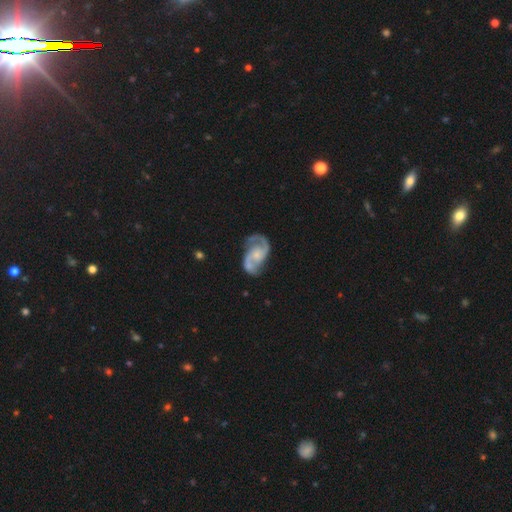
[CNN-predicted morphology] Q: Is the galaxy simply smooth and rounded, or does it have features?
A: featured or disk — 89%.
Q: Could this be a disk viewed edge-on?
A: no — 98%.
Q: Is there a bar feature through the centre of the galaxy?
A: no — 59%.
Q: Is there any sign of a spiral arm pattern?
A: yes — 97%.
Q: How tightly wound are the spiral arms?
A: medium — 55%.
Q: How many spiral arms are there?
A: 2 — 92%.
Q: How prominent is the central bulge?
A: small — 44%.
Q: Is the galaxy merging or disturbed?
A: none — 65%.